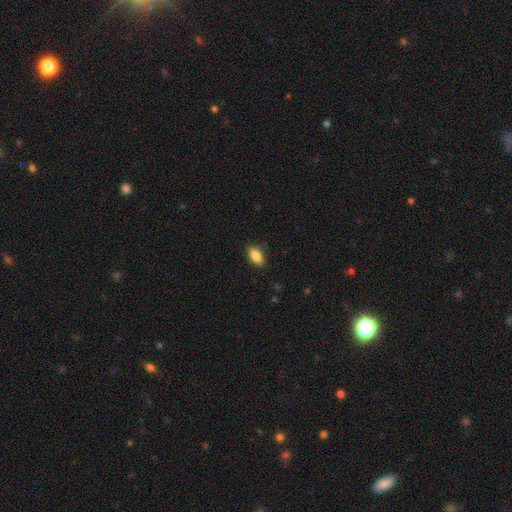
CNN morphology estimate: This appears to be a smooth galaxy with no disk features (84%) that is in between round and cigar-shaped (88%). Merging: none (82%).